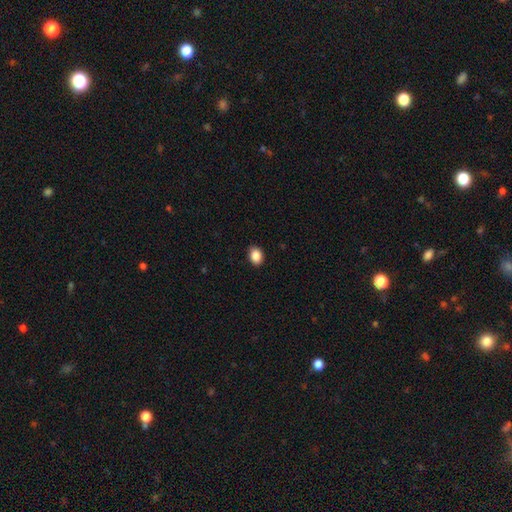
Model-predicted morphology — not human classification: smooth-or-featured: smooth: 88% | star or artifact: 8% | featured or disk: 3%
  how-rounded: in between: 69% | round: 30% | cigar-shaped: 1%
  merging: none: 88% | minor disturbance: 9% | major disturbance: 2% | merger: 1%